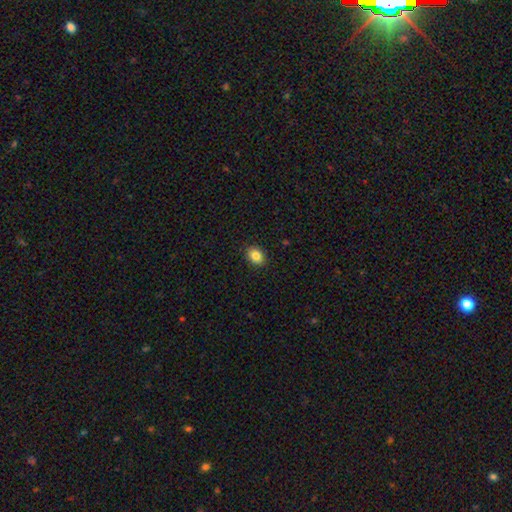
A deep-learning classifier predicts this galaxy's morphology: A smooth galaxy with no disk features (85%) that is in between round and cigar-shaped (64%). Merging: none (90%).